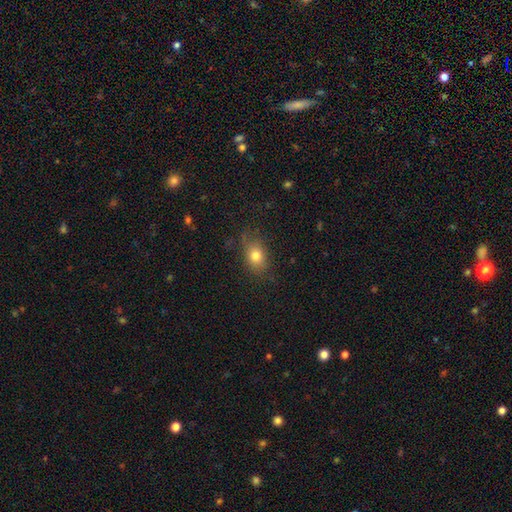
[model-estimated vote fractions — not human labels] smooth_or_featured: smooth (p=0.77) [alt: star or artifact p=0.11]
how_rounded: in between (p=0.67) [alt: round p=0.31]
merging: none (p=0.71) [alt: minor disturbance p=0.20]